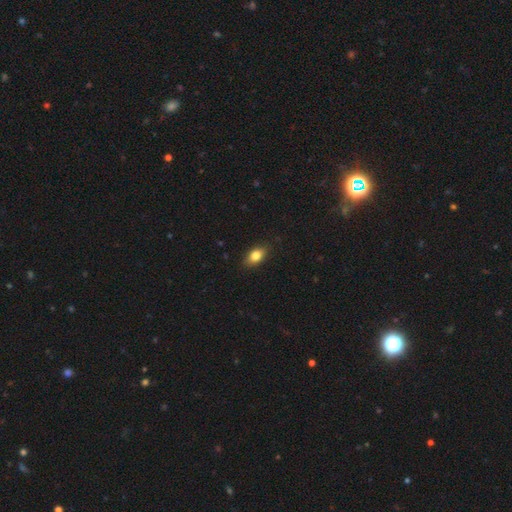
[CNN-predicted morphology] The model was most divided on "smooth or featured": smooth: 81%, featured or disk: 11%, star or artifact: 8%. More confident: merging — none (86%); how rounded — in between (85%).